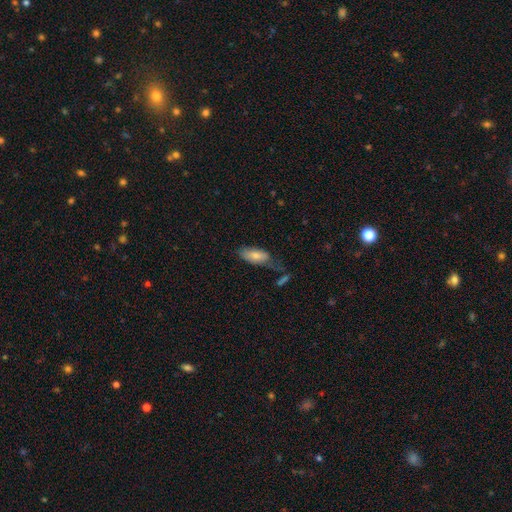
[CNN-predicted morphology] Smooth or featured?
  - smooth: 77% *
  - featured or disk: 17%
  - star or artifact: 6%
How rounded?
  - in between: 84% *
  - cigar-shaped: 14%
  - round: 2%
Merging?
  - none: 47% *
  - minor disturbance: 30%
  - major disturbance: 15%
  - merger: 7%